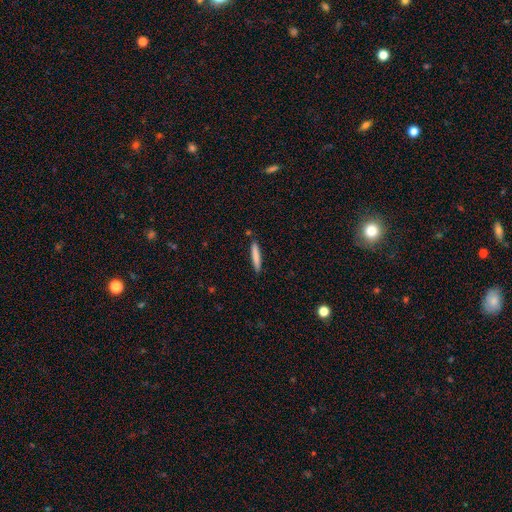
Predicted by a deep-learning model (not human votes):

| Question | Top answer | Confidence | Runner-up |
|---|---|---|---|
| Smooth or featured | smooth | 80% | featured or disk (14%) |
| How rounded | cigar-shaped | 93% | in between (6%) |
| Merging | none | 88% | minor disturbance (8%) |